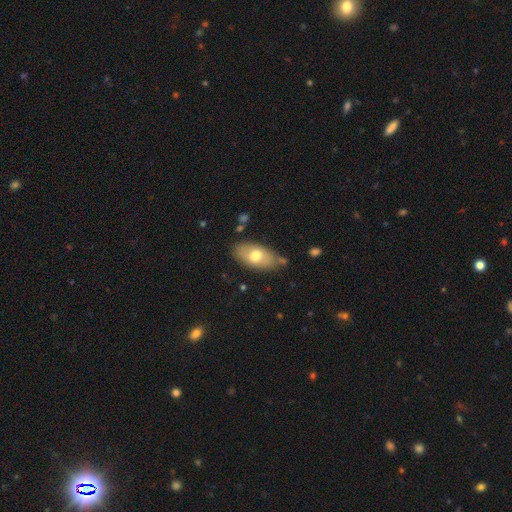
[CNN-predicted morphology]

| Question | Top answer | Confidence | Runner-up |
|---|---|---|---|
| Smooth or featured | smooth | 69% | featured or disk (24%) |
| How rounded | in between | 92% | round (5%) |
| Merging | none | 71% | minor disturbance (19%) |